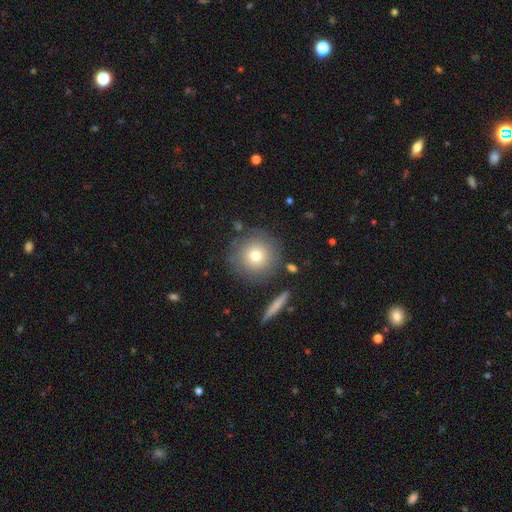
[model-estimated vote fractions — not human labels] Smooth or featured? smooth (72%)
How rounded? round (95%)
Merging? none (83%)